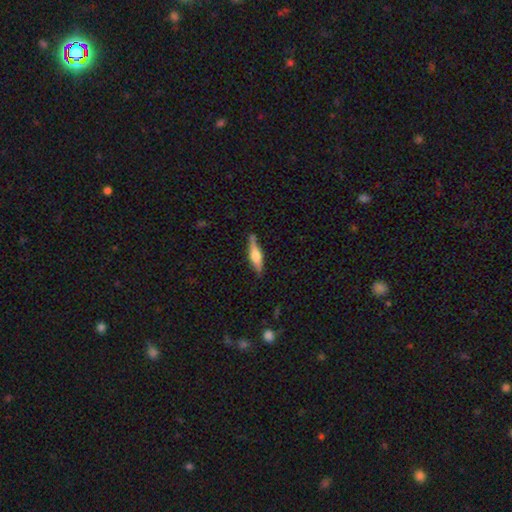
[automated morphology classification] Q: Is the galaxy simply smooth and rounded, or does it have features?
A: smooth — 48%.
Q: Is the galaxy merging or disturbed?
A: none — 74%.